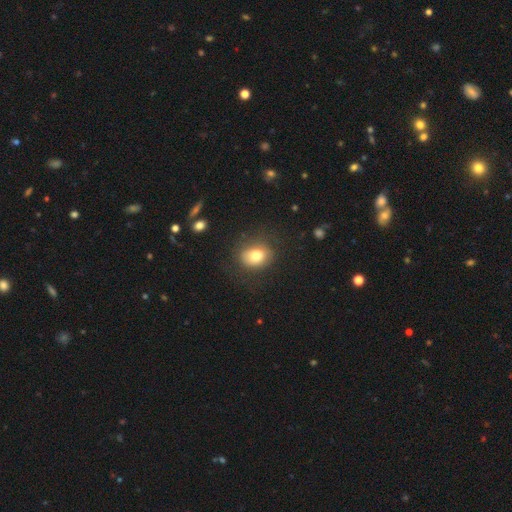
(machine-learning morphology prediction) smooth 78%, featured or disk 13%, star or artifact 9%. Down the decision tree: how rounded — in between (55%); merging — none (75%).